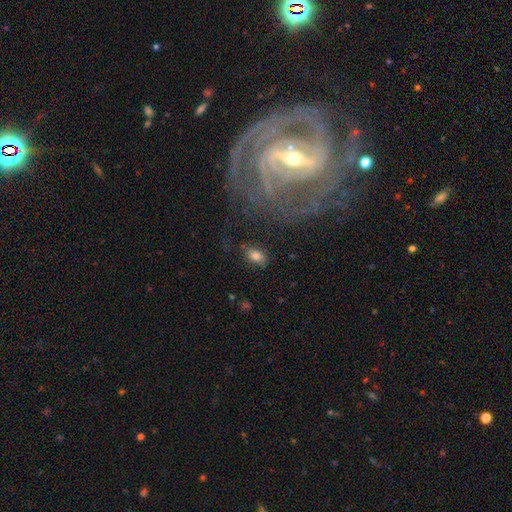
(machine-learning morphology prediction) Overall: smooth (78%). How rounded: in between (90%). Merging: none (79%).